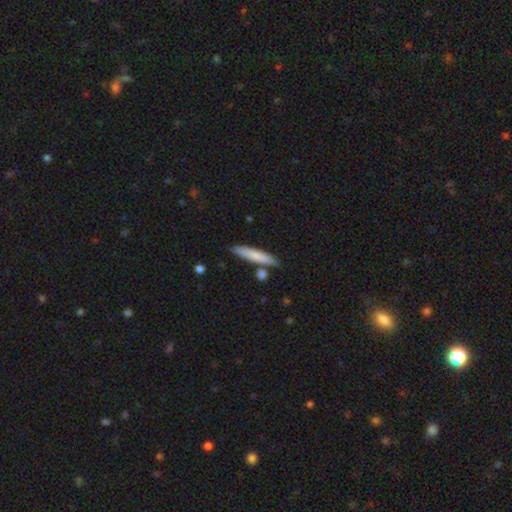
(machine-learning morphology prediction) Q: Smooth or featured?
A: smooth (76%); runner-up: featured or disk (18%)
Q: How rounded?
A: cigar-shaped (89%); runner-up: in between (9%)
Q: Merging?
A: none (80%); runner-up: minor disturbance (11%)